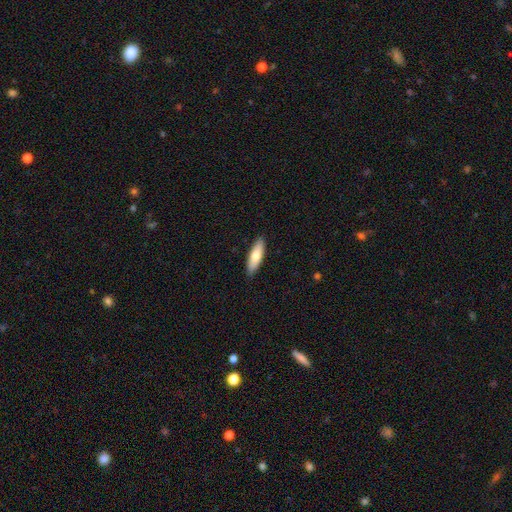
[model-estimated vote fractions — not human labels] smooth-or-featured: smooth: 73% | featured or disk: 21% | star or artifact: 6%
  how-rounded: cigar-shaped: 51% | in between: 47% | round: 2%
  merging: none: 90% | minor disturbance: 8% | major disturbance: 2% | merger: 1%